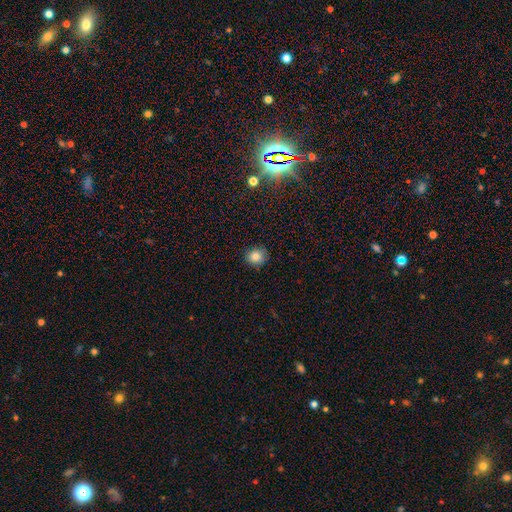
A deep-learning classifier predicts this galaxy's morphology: Smooth or featured? Predicted: smooth (p=0.82). How rounded? Predicted: round (p=0.80). Merging? Predicted: none (p=0.87).